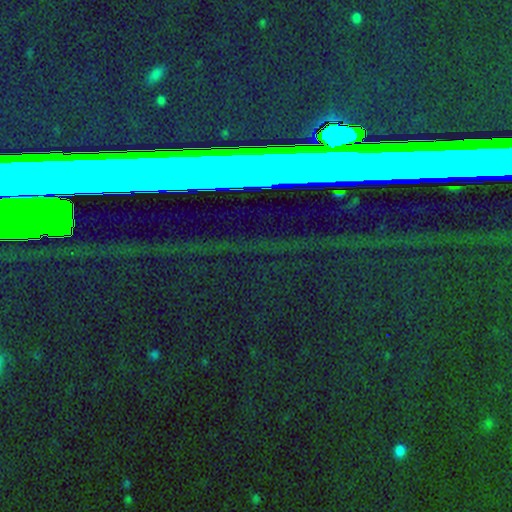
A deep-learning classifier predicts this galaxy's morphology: Smooth or featured: star or artifact — 85% (smooth — 8%)